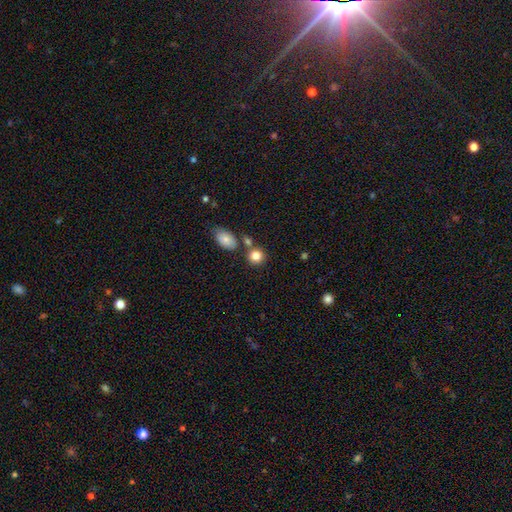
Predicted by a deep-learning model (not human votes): This appears to be a smooth galaxy with no disk features (83%) that is round (79%). Merging: none (65%).